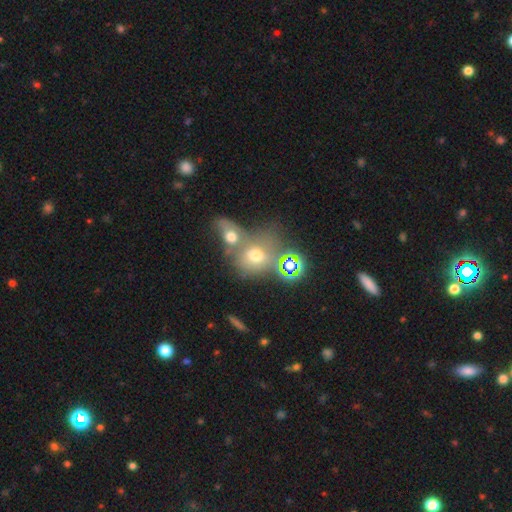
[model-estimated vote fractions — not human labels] Overall: smooth (58%; star or artifact 24%). How rounded: round (59%; in between 40%). Merging: merger (49%; none 34%).